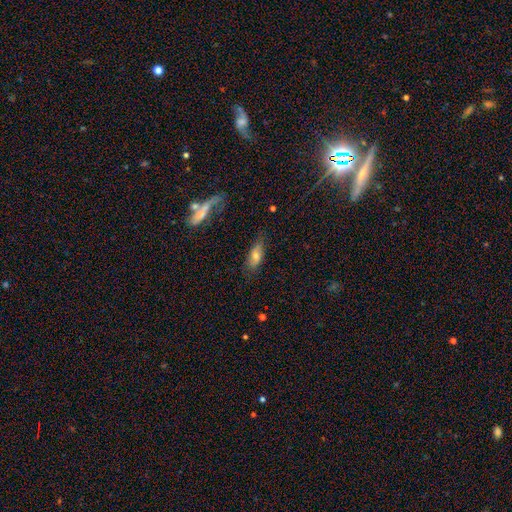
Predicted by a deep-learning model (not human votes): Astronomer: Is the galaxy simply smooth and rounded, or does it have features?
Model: smooth — 57% (runner-up: featured or disk, 34%).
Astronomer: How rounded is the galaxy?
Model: in between — 78%.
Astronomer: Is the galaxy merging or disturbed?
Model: none — 66%.